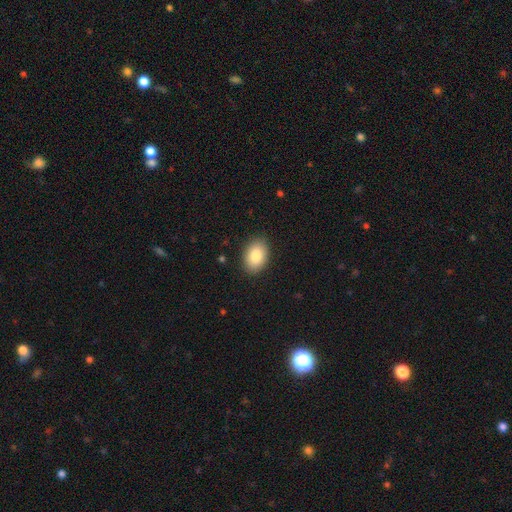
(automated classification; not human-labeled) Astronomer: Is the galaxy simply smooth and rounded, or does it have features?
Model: smooth — 85%.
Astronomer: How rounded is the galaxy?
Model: in between — 85%.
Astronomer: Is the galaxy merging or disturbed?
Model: none — 88%.